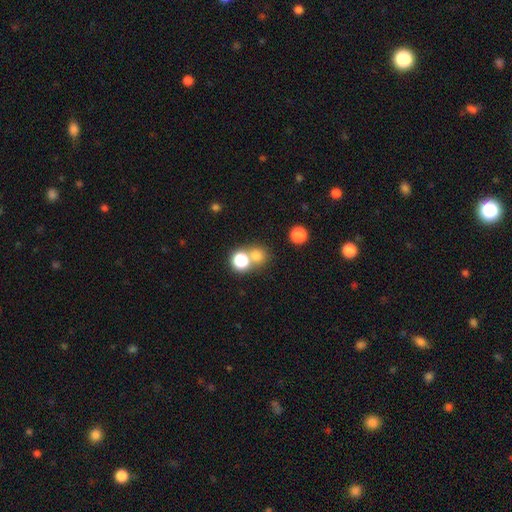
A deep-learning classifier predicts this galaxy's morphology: Smooth or featured? smooth (71%)
How rounded? round (85%)
Merging? none (58%)